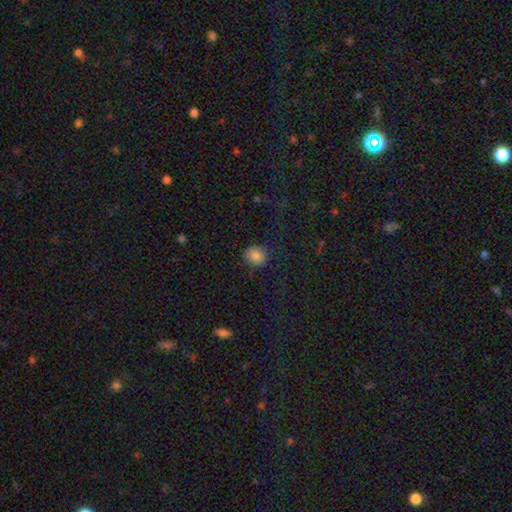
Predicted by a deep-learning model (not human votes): Smooth or featured? Predicted: smooth (p=0.83). How rounded? Predicted: round (p=0.79). Merging? Predicted: none (p=0.84).